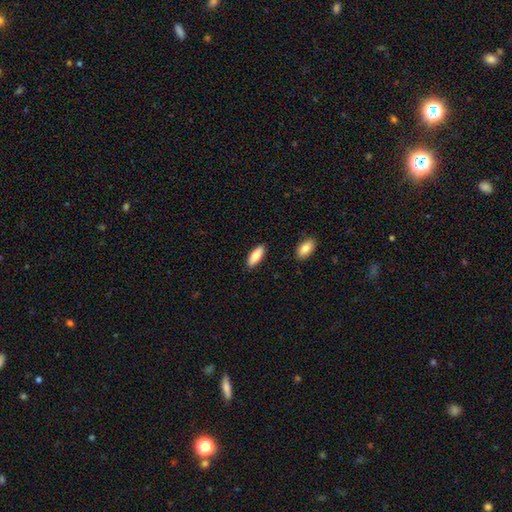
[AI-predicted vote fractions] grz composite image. It shows a smooth galaxy with no disk features (83%) that is in between round and cigar-shaped (68%). Merging: none (88%).